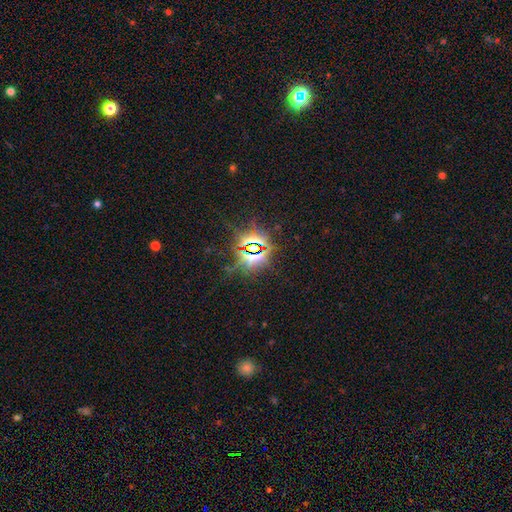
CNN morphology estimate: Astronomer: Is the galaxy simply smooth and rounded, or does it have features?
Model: star or artifact — 81%.